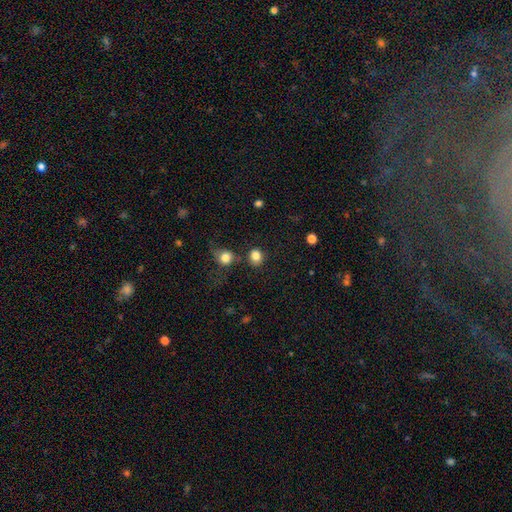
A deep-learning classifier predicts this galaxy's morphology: A smooth galaxy with no disk features (84%) that is round (79%). Merging: none (77%).